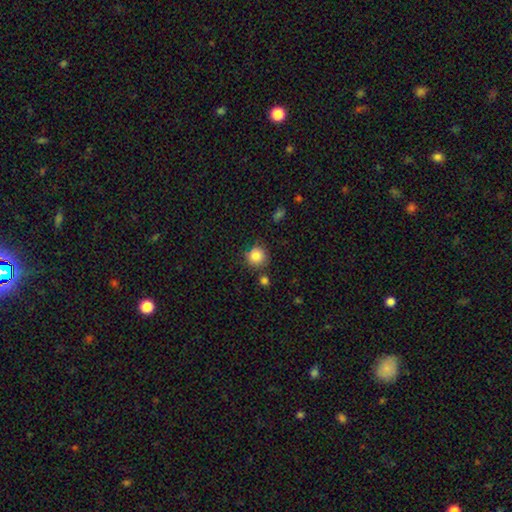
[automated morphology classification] Smooth or featured? Predicted: smooth (p=0.85). How rounded? Predicted: round (p=0.92). Merging? Predicted: none (p=0.78).